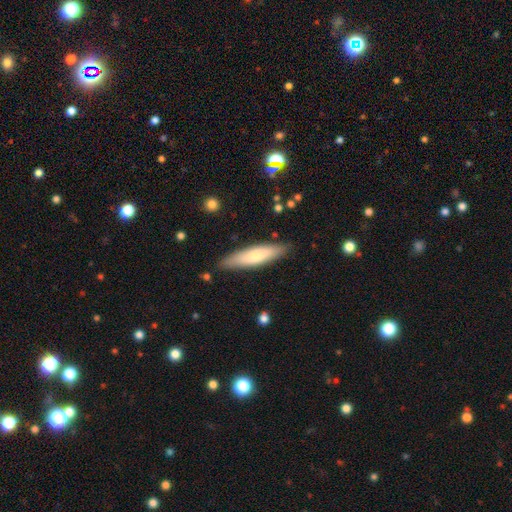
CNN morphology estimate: smooth_or_featured: smooth (p=0.64) [alt: featured or disk p=0.31]
how_rounded: cigar-shaped (p=0.71) [alt: in between p=0.28]
merging: none (p=0.86) [alt: minor disturbance p=0.11]